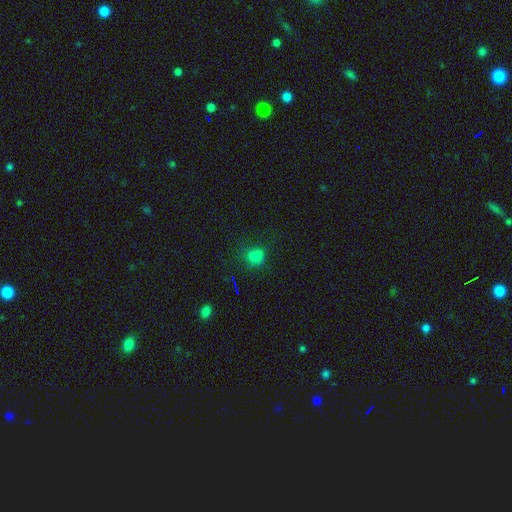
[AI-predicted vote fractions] Smooth or featured: smooth — 66% (star or artifact — 26%)
How rounded: round — 63% (in between — 35%)
Merging: none — 64% (minor disturbance — 19%)